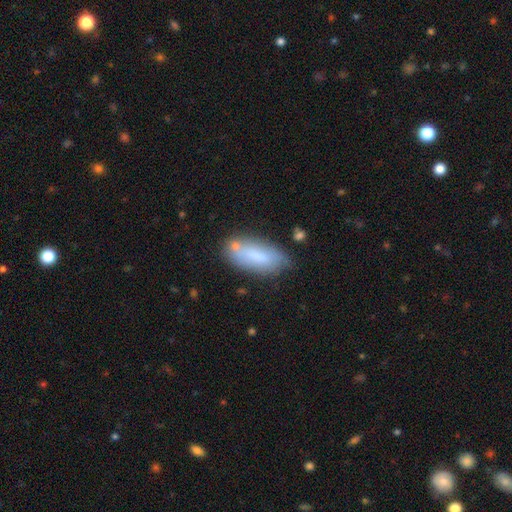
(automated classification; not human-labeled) smooth_or_featured: smooth (p=0.74) [alt: featured or disk p=0.19]
how_rounded: in between (p=0.79) [alt: cigar-shaped p=0.19]
merging: none (p=0.64) [alt: minor disturbance p=0.21]